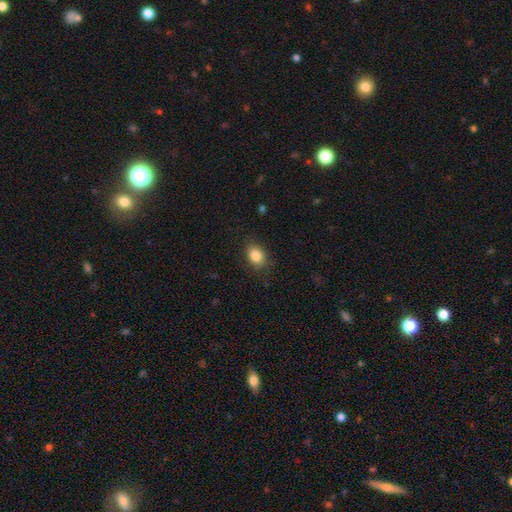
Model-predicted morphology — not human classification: Smooth or featured?
  - smooth: 86% *
  - star or artifact: 9%
  - featured or disk: 6%
How rounded?
  - in between: 75% *
  - round: 24%
  - cigar-shaped: 1%
Merging?
  - none: 83% *
  - minor disturbance: 13%
  - major disturbance: 3%
  - merger: 1%